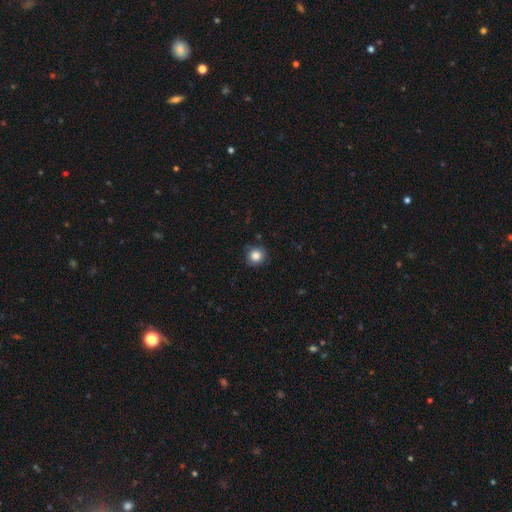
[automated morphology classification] Smooth or featured? Predicted: smooth (p=0.84). How rounded? Predicted: round (p=0.92). Merging? Predicted: none (p=0.85).